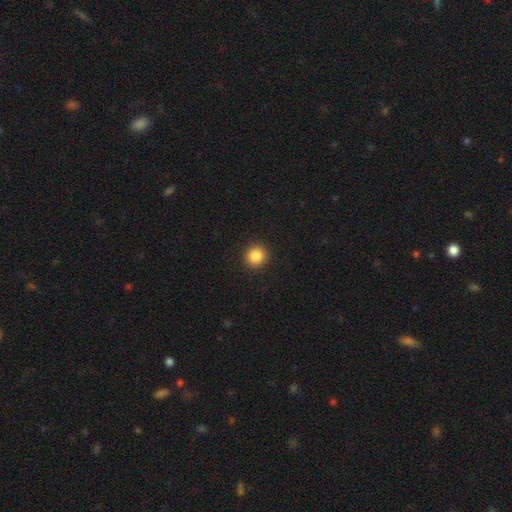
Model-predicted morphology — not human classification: A smooth galaxy with no disk features (87%) that is round (94%).

Vote fractions:
- Smooth or featured? smooth: 87% / star or artifact: 10% / featured or disk: 4%
- How rounded? round: 94% / in between: 5% / cigar-shaped: 1%
- Merging? none: 93% / minor disturbance: 4% / major disturbance: 2% / merger: 1%